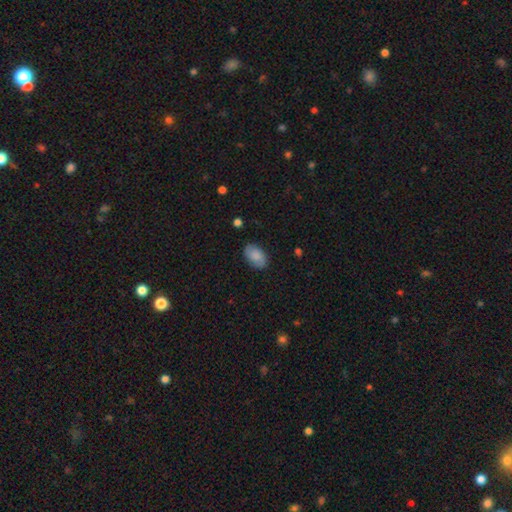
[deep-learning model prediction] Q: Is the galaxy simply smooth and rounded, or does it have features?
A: smooth — 84%.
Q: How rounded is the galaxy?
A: in between — 92%.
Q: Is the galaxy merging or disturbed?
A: none — 85%.